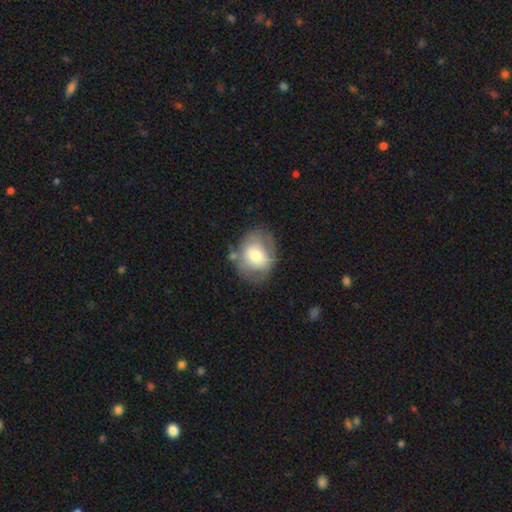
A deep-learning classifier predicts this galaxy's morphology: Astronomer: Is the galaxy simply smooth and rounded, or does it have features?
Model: smooth — 65%.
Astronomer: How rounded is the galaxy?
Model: round — 59% (runner-up: in between, 40%).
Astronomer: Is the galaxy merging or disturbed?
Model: none — 65%.